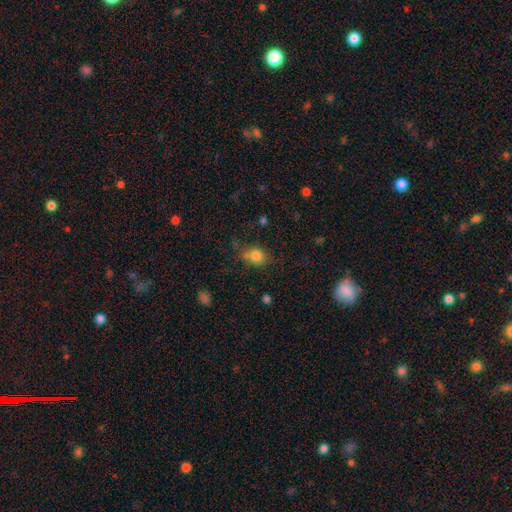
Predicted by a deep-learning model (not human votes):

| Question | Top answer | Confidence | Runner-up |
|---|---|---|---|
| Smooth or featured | smooth | 80% | star or artifact (12%) |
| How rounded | round | 61% | in between (38%) |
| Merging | none | 61% | minor disturbance (21%) |